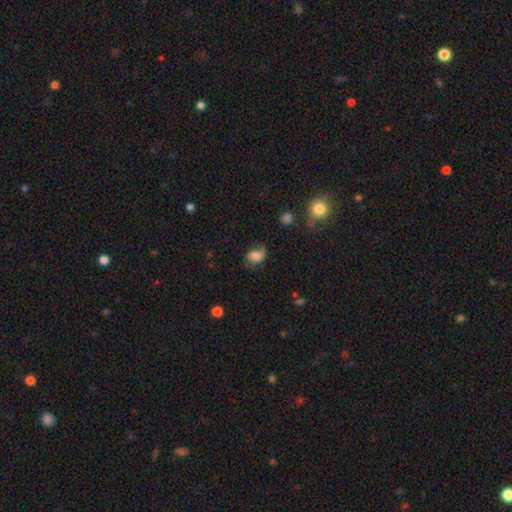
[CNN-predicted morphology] smooth 67%, featured or disk 23%, star or artifact 10%. Down the decision tree: how rounded — in between (68%); merging — none (50%).